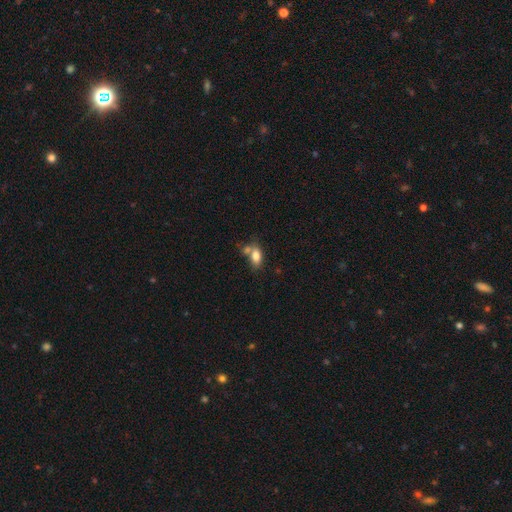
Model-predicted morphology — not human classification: Smooth or featured? Predicted: smooth (p=0.80). How rounded? Predicted: in between (p=0.87). Merging? Predicted: none (p=0.46).